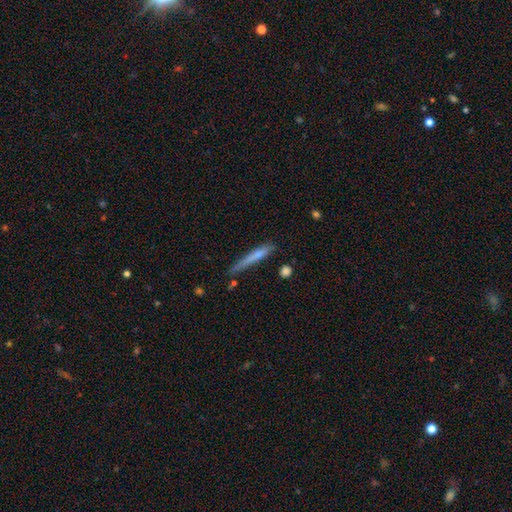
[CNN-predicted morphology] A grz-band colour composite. It shows a smooth galaxy with no disk features (57%) that is cigar-shaped (94%). Merging: none (63%).